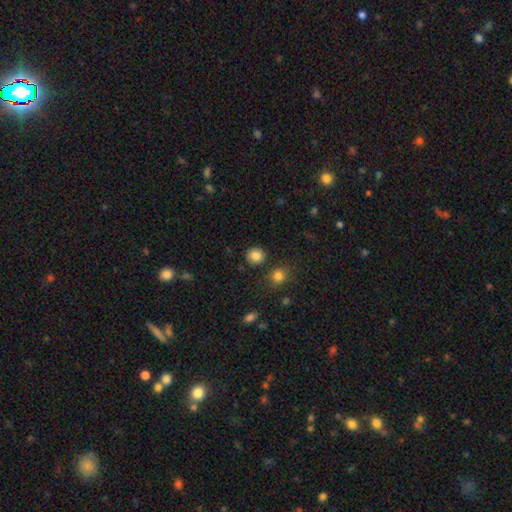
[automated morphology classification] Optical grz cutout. It shows a smooth galaxy with no disk features (85%) that is round (87%). Merging: none (86%).